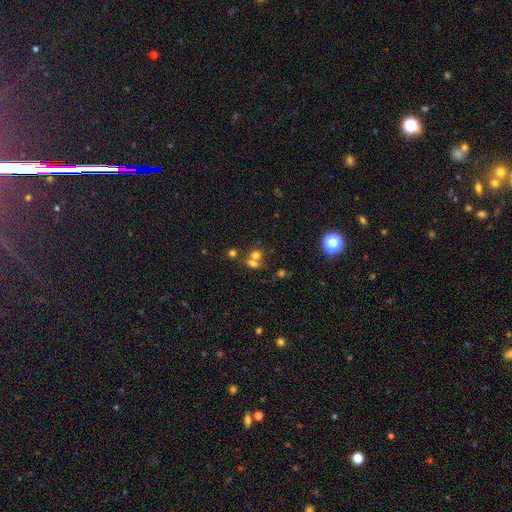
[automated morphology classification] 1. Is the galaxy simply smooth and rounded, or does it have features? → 62% smooth, 22% star or artifact, 16% featured or disk.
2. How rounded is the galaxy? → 70% round, 29% in between, 1% cigar-shaped.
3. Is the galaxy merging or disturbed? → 54% merger, 35% none, 7% minor disturbance, 4% major disturbance.